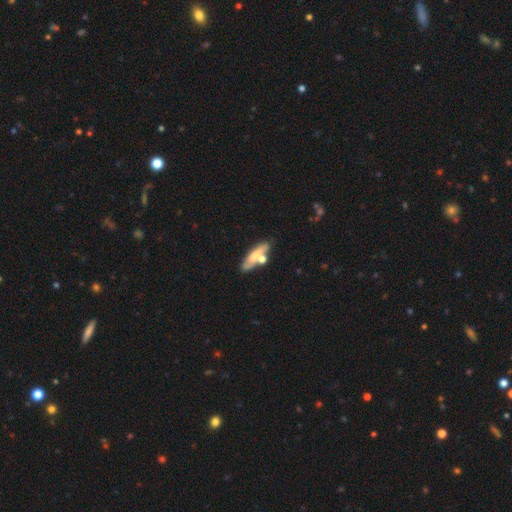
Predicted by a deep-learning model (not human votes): This is possibly a smooth galaxy (55%). How rounded: possibly cigar-shaped (56%). Merging: possibly none (58%).